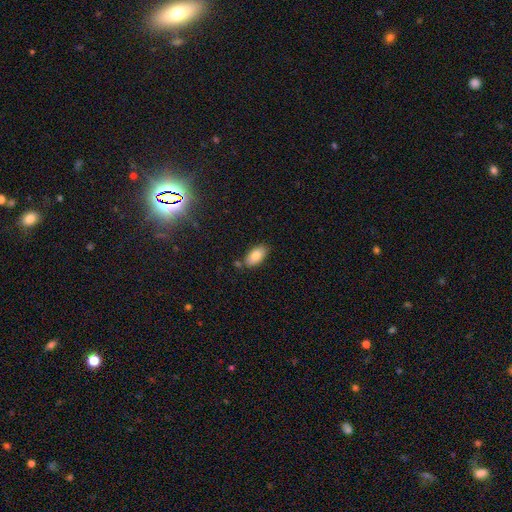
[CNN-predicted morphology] The model was most divided on "merging": none: 79%, minor disturbance: 13%, merger: 5%, major disturbance: 3%. More confident: how rounded — in between (93%); smooth or featured — smooth (84%).